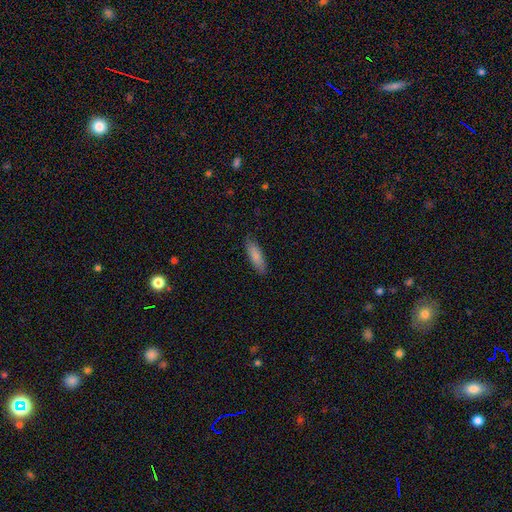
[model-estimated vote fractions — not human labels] smooth-or-featured: smooth: 83% | featured or disk: 11% | star or artifact: 6%
  how-rounded: in between: 50% | cigar-shaped: 48% | round: 2%
  merging: none: 84% | minor disturbance: 13% | major disturbance: 2% | merger: 1%